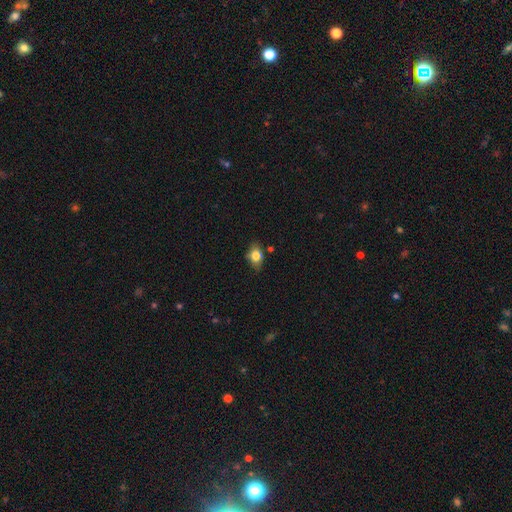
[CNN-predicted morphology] type=smooth (75%); roundness=in between (74%); merging=none (71%).